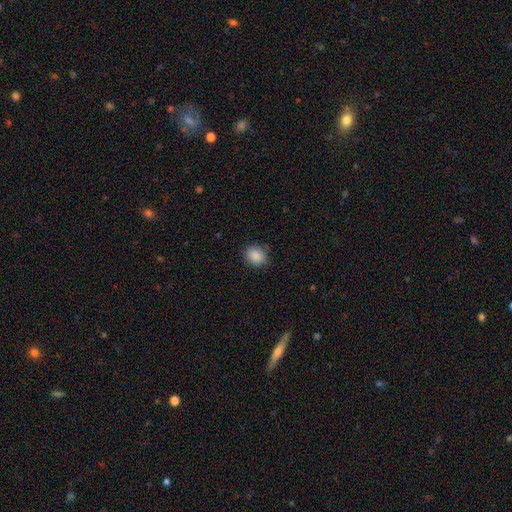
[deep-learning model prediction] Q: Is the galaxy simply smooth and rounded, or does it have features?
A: smooth — 88%.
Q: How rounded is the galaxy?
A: round — 62%.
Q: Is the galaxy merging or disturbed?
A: none — 84%.